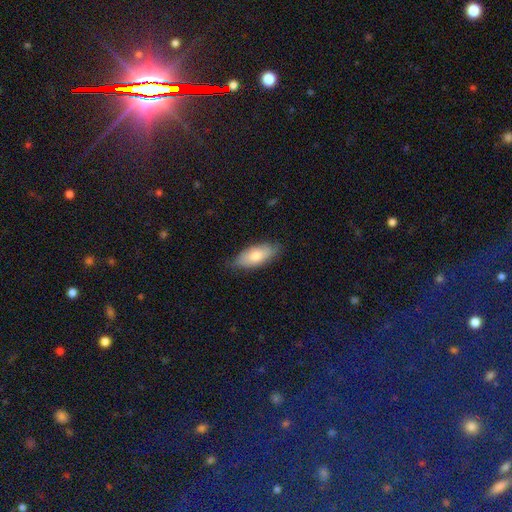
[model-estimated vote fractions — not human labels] This is likely a smooth galaxy (73%). How rounded: clearly in between (83%). Merging: likely none (80%).